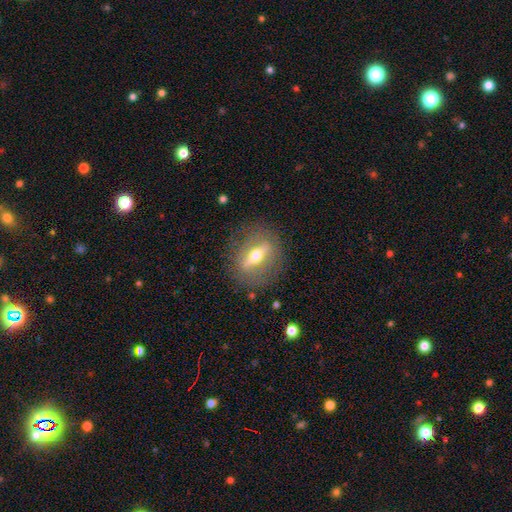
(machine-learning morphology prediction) A featured or disk galaxy (71%) viewed edge-on (50%, tied with no).

Vote fractions:
- Smooth or featured? featured or disk: 71% / smooth: 21% / star or artifact: 7%
- Edge-on disk? yes: 50% (tied) / no: 50% (tied)
- Merging? none: 82% / minor disturbance: 10% / major disturbance: 6% / merger: 1%